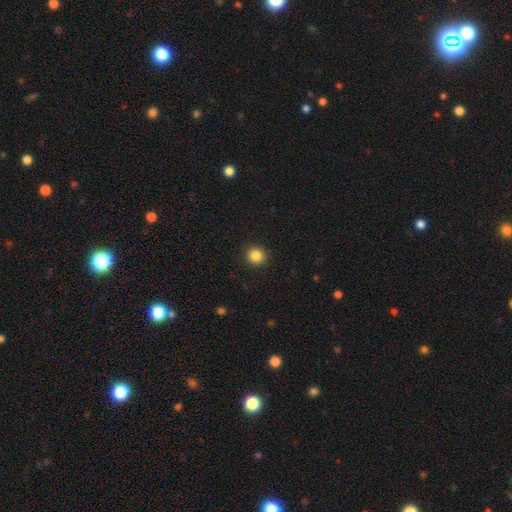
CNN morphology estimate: Smooth or featured?
  - smooth: 86% *
  - star or artifact: 11%
  - featured or disk: 4%
How rounded?
  - round: 93% *
  - in between: 6%
  - cigar-shaped: 1%
Merging?
  - none: 93% *
  - minor disturbance: 5%
  - major disturbance: 2%
  - merger: 1%